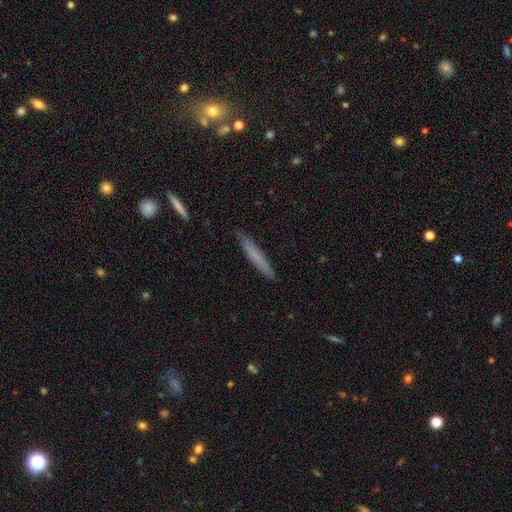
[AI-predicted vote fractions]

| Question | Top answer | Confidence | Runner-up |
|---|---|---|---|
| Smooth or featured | smooth | 68% | featured or disk (25%) |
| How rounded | cigar-shaped | 95% | in between (4%) |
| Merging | none | 88% | minor disturbance (9%) |